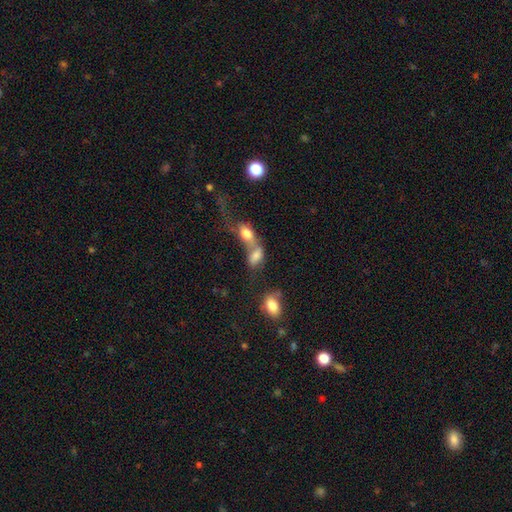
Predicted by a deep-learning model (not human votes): The model was most divided on "smooth or featured": smooth: 70%, featured or disk: 18%, star or artifact: 12%. More confident: how rounded — in between (85%); merging — merger (73%).